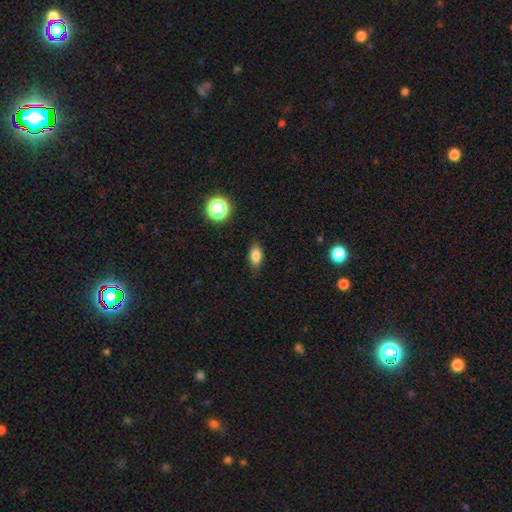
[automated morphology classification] This is clearly a smooth galaxy (81%). How rounded: clearly in between (83%). Merging: clearly none (84%).